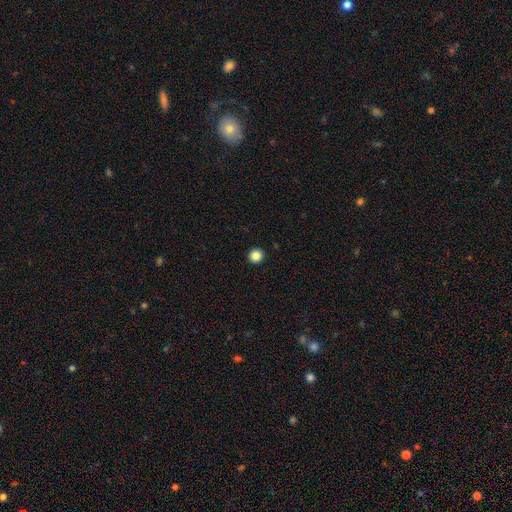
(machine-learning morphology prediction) smooth 86%, star or artifact 10%, featured or disk 4%. Down the decision tree: how rounded — round (95%); merging — none (94%).